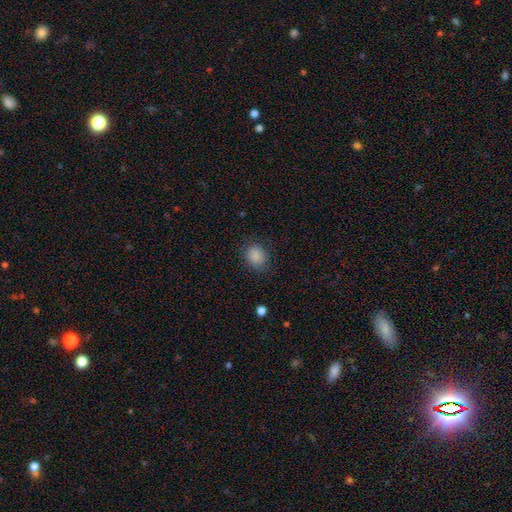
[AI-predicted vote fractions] This is clearly a smooth galaxy (87%). How rounded: likely round (62%). Merging: clearly none (81%).